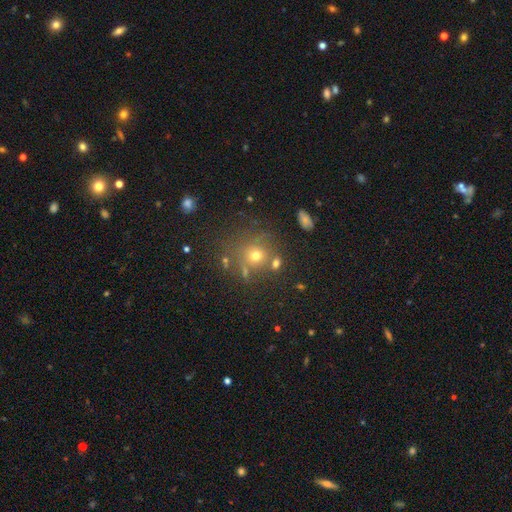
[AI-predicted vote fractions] Smooth or featured?
  - smooth: 65% *
  - star or artifact: 21%
  - featured or disk: 14%
How rounded?
  - round: 86% *
  - in between: 13%
  - cigar-shaped: 1%
Merging?
  - none: 68% *
  - merger: 13%
  - minor disturbance: 13%
  - major disturbance: 6%